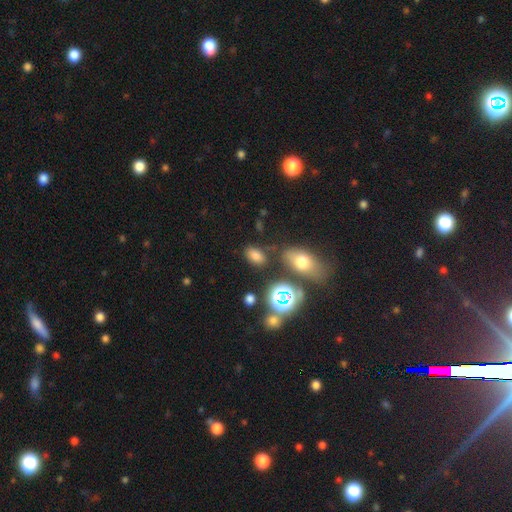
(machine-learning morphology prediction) Smooth or featured: smooth — 71% (star or artifact — 20%)
How rounded: in between — 86% (round — 12%)
Merging: none — 74% (minor disturbance — 13%)